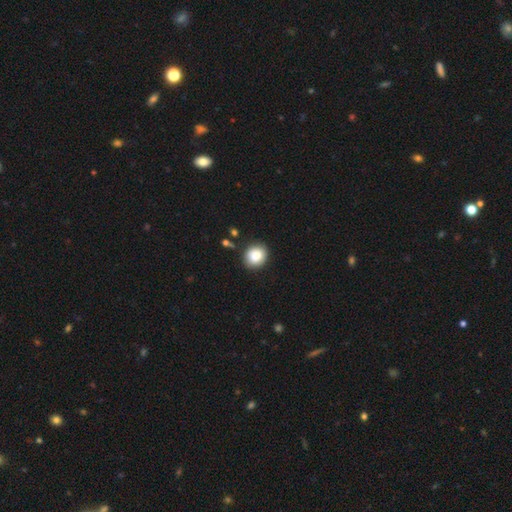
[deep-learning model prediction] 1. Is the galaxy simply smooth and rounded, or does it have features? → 86% smooth, 8% star or artifact, 6% featured or disk.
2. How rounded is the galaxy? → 77% round, 22% in between, 1% cigar-shaped.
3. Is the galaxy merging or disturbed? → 84% none, 11% minor disturbance, 3% merger, 3% major disturbance.